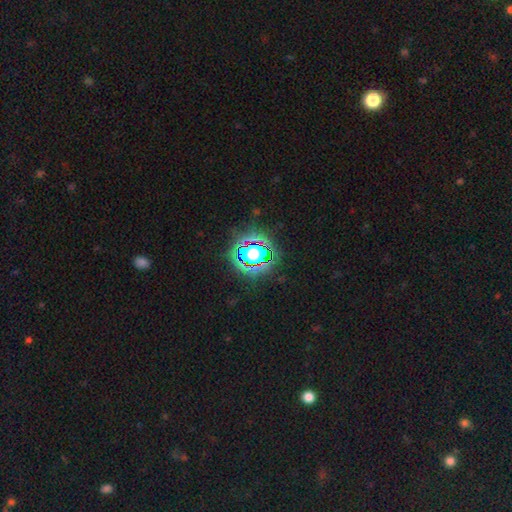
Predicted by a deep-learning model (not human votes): smooth_or_featured: star or artifact (p=0.70) [alt: smooth p=0.18]